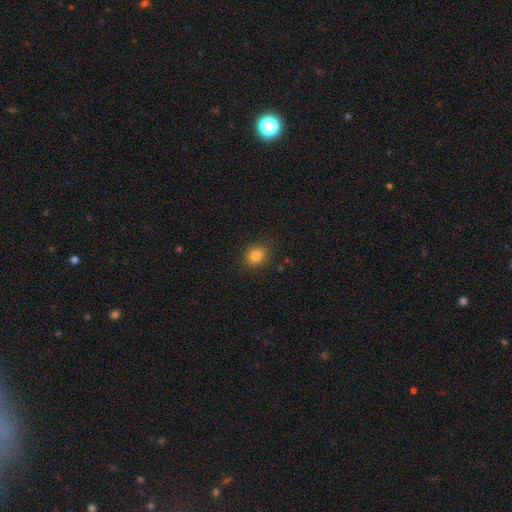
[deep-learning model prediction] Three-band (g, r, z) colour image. It shows a smooth galaxy with no disk features (83%) that is round (61%). Merging: none (88%).